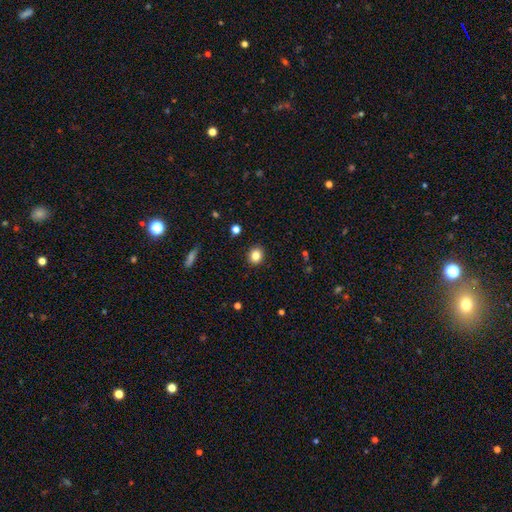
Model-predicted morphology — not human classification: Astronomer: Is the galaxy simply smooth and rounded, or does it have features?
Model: smooth — 83%.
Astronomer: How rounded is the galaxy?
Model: round — 73%.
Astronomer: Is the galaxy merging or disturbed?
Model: none — 91%.